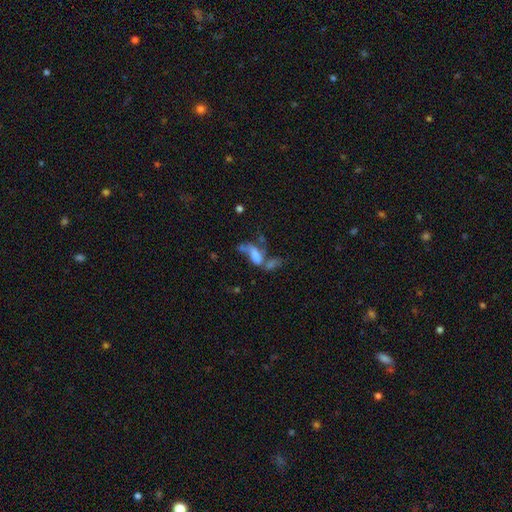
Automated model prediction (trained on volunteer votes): Overall: smooth (48%; featured or disk 38%). Merging: merger (48%; major disturbance 26%).